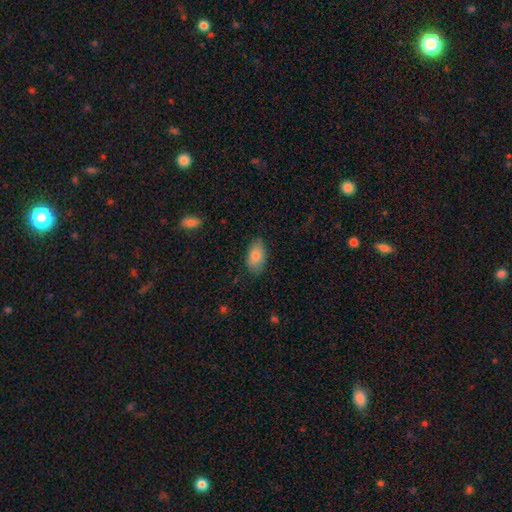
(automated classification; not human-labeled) Overall: smooth (83%). How rounded: in between (92%). Merging: none (79%).